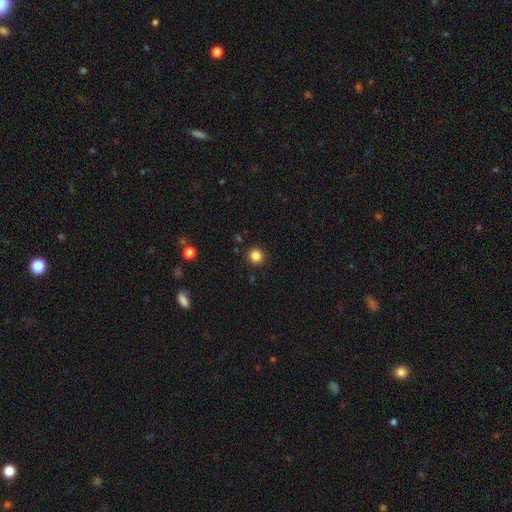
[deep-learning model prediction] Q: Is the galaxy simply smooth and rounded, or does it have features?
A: smooth — 85%.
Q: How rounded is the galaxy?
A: round — 93%.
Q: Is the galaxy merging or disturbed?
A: none — 91%.